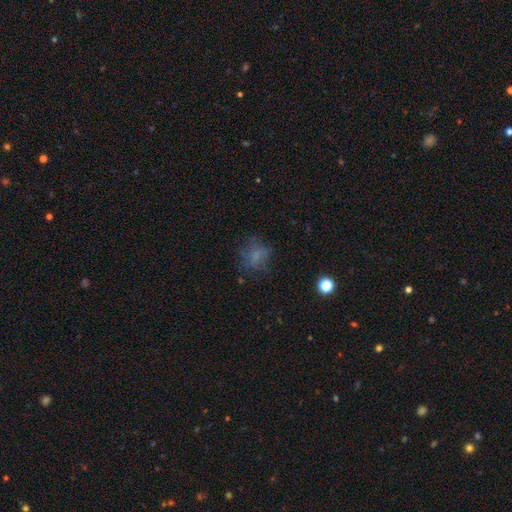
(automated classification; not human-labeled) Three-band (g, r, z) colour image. It shows a smooth galaxy with no disk features (59%) that is round (60%). Merging: none (61%).